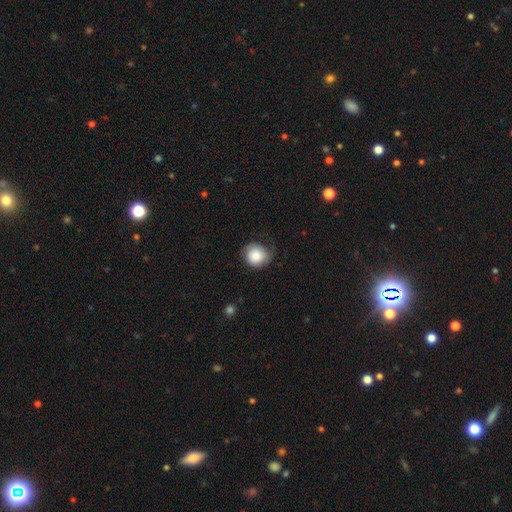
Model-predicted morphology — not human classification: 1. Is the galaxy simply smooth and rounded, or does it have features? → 77% smooth, 16% featured or disk, 7% star or artifact.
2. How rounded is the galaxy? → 84% round, 15% in between, 1% cigar-shaped.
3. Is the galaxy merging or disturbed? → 56% none, 31% minor disturbance, 12% major disturbance, 1% merger.